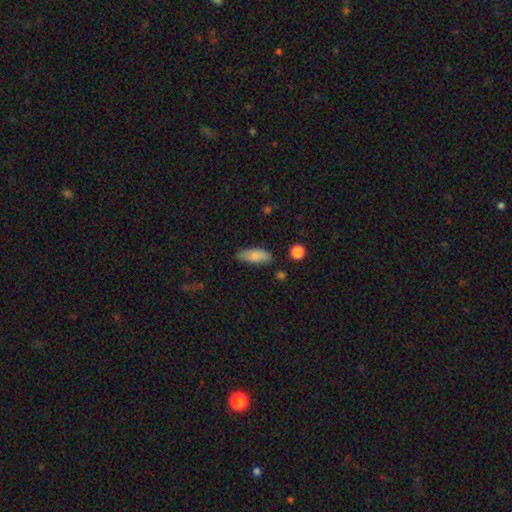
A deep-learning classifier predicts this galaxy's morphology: This is clearly a smooth galaxy (83%). How rounded: likely in between (72%). Merging: likely none (77%).